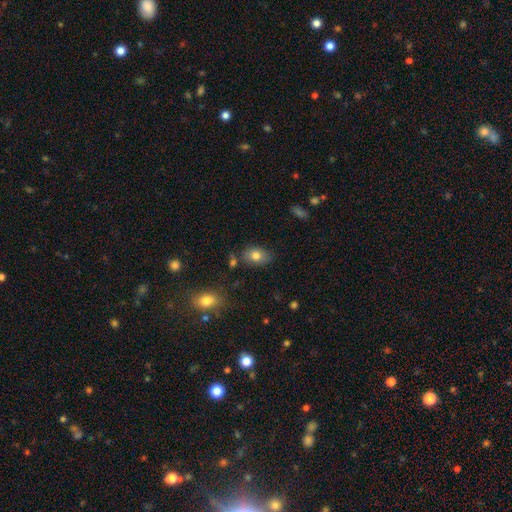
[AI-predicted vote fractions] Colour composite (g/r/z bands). It shows a smooth galaxy with no disk features (80%) that is in between round and cigar-shaped (82%). Merging: none (76%).